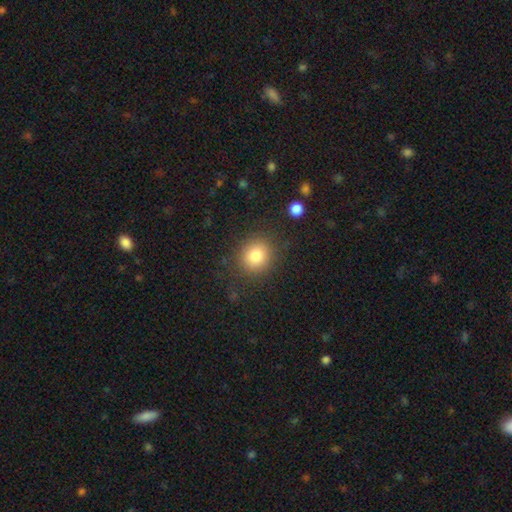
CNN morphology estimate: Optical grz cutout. It shows a smooth galaxy with no disk features (81%) that is round (81%). Merging: none (85%).